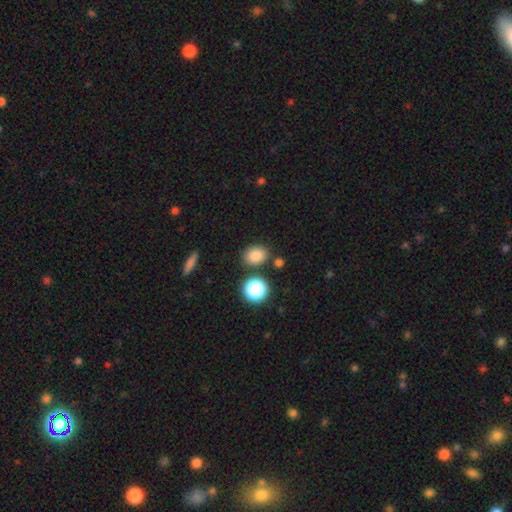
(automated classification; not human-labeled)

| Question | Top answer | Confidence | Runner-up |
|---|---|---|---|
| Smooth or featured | smooth | 82% | star or artifact (12%) |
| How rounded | in between | 61% | round (38%) |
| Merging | none | 80% | minor disturbance (10%) |